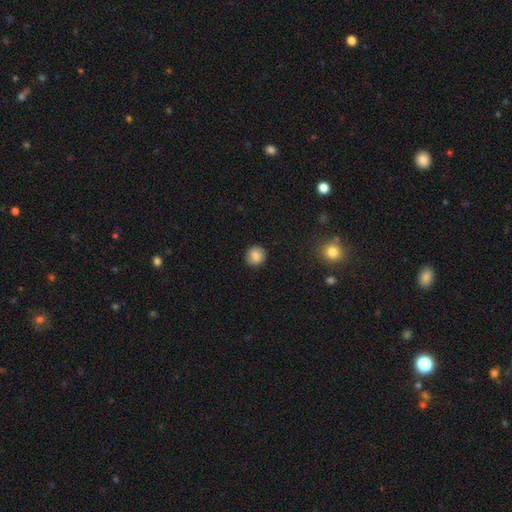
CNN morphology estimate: This appears to be a smooth galaxy with no disk features (85%) that is round (92%). Merging: none (90%).